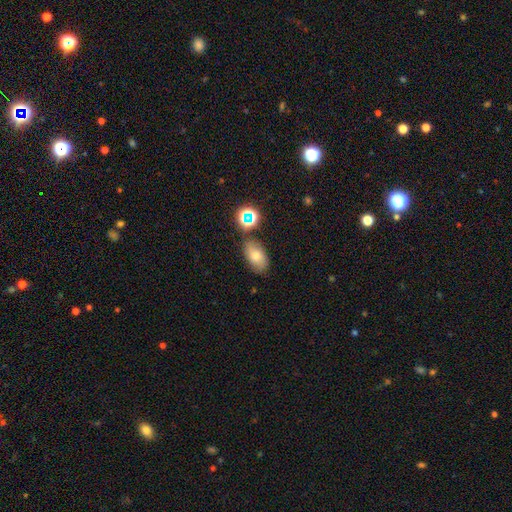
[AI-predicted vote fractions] smooth 69%, featured or disk 17%, star or artifact 14%. Down the decision tree: how rounded — in between (88%); merging — none (72%).